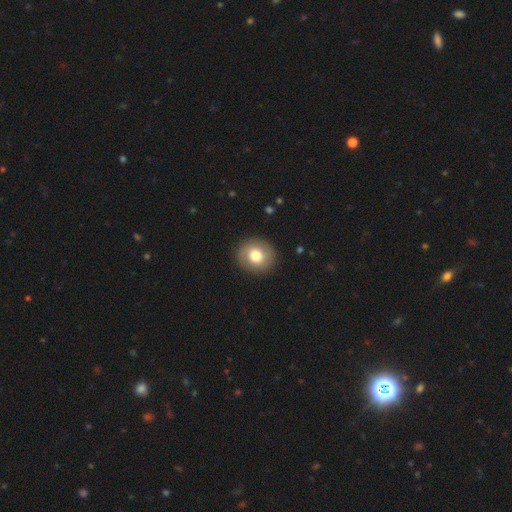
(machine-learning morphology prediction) A smooth galaxy with no disk features (76%) that is round (87%).

Vote fractions:
- Smooth or featured? smooth: 76% / featured or disk: 16% / star or artifact: 9%
- How rounded? round: 87% / in between: 13% / cigar-shaped: 1%
- Merging? none: 90% / minor disturbance: 6% / major disturbance: 2% / merger: 1%